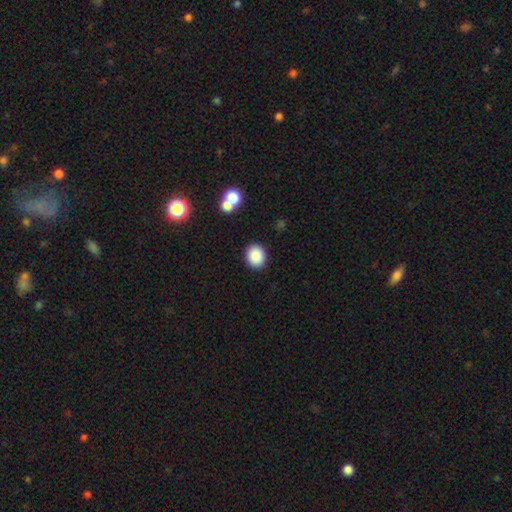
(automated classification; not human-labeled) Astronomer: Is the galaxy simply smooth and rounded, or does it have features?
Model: smooth — 87%.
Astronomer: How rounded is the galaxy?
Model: round — 60% (runner-up: in between, 40%).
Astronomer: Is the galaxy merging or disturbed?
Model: none — 88%.